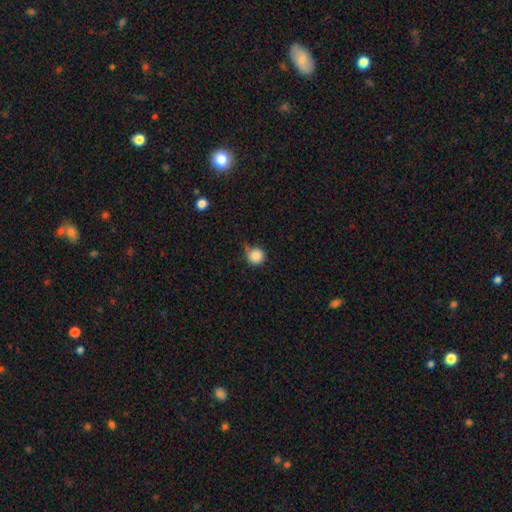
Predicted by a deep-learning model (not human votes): This appears to be a smooth galaxy with no disk features (86%) that is round (93%). Merging: none (58%).